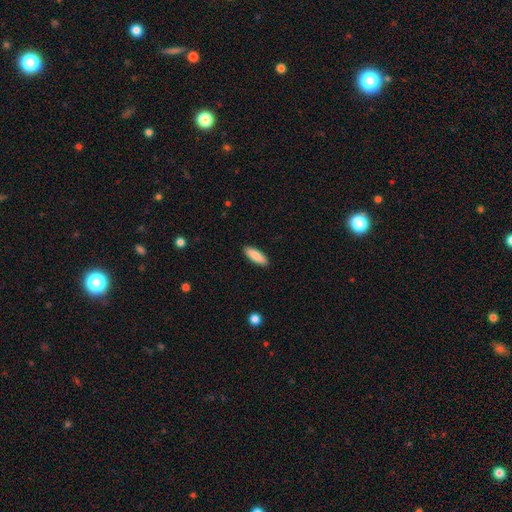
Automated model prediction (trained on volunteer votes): Smooth or featured: smooth — 88% (featured or disk — 7%)
How rounded: in between — 54% (cigar-shaped — 44%)
Merging: none — 90% (minor disturbance — 7%)